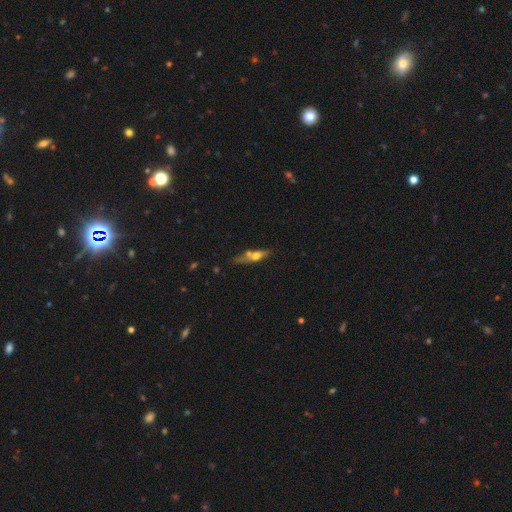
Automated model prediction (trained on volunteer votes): smooth-or-featured: featured or disk: 46% (tied) | smooth: 46% (tied) | star or artifact: 8%
  merging: none: 47% | merger: 24% | minor disturbance: 20% | major disturbance: 9%